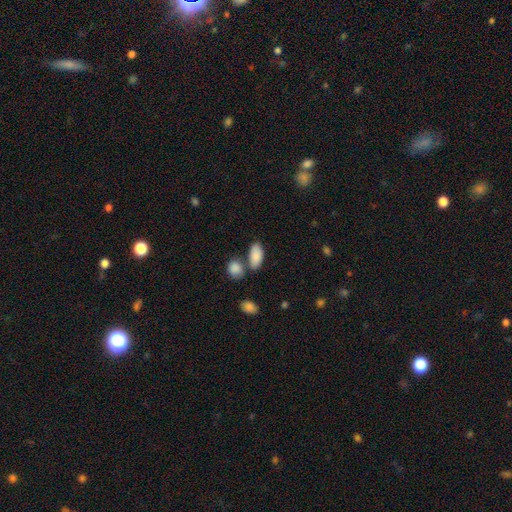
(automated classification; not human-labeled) Morphology: type=smooth (87%); roundness=in between (91%); merging=none (63%).